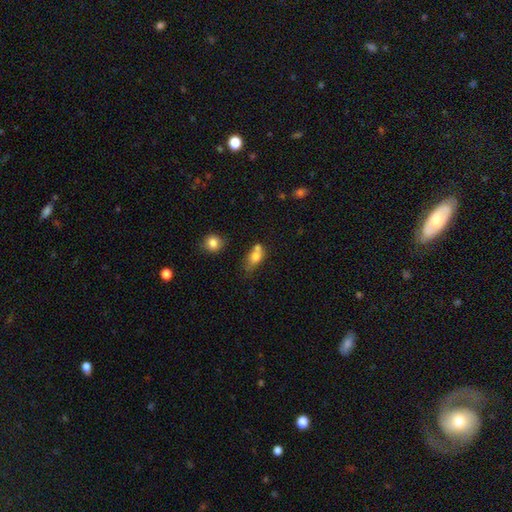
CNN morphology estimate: This appears to be a smooth galaxy with no disk features (74%) that is in between round and cigar-shaped (75%). Merging: merger (37%).